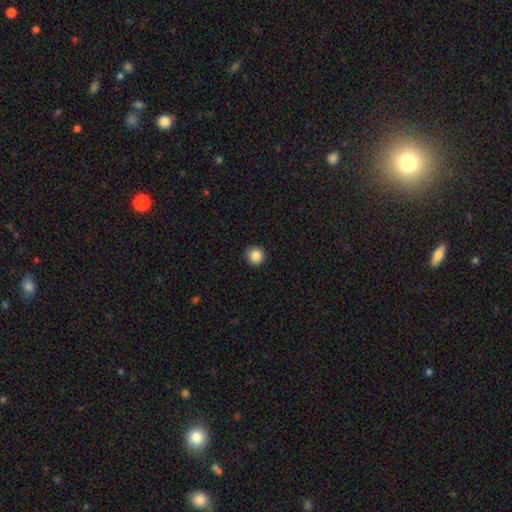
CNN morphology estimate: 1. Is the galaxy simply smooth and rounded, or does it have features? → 87% smooth, 10% star or artifact, 4% featured or disk.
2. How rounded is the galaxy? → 95% round, 4% in between, 1% cigar-shaped.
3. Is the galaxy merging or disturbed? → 92% none, 5% minor disturbance, 2% major disturbance, 1% merger.